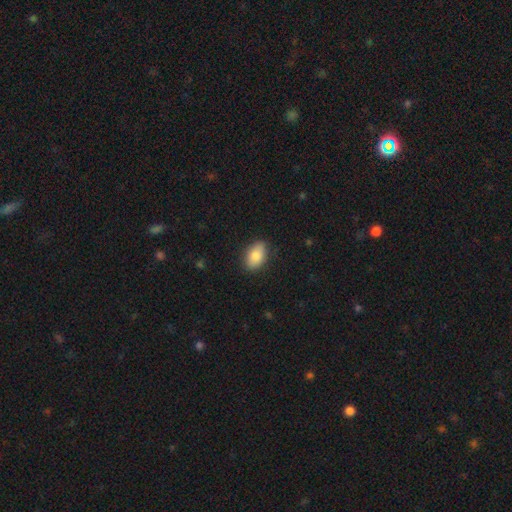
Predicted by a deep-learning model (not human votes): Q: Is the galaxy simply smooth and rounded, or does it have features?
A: smooth — 85%.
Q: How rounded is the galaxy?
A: in between — 90%.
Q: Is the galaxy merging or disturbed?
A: none — 84%.